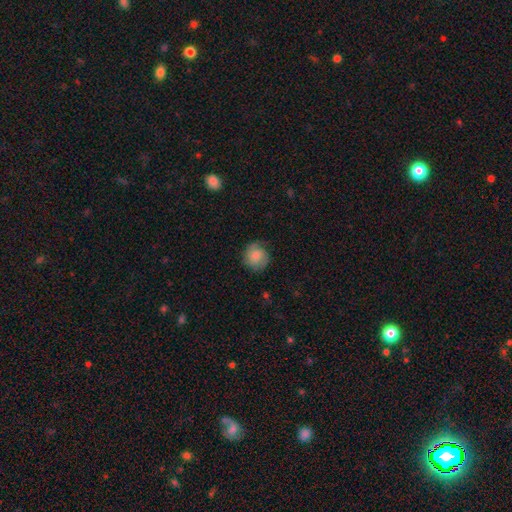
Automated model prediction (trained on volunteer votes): smooth-or-featured: smooth: 72% | featured or disk: 21% | star or artifact: 7%
  how-rounded: round: 86% | in between: 13% | cigar-shaped: 1%
  merging: none: 68% | minor disturbance: 23% | major disturbance: 8% | merger: 1%